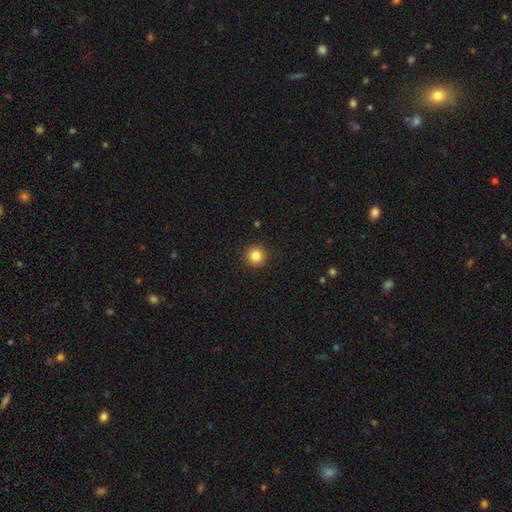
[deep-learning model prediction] The model was most divided on "smooth or featured": smooth: 84%, star or artifact: 11%, featured or disk: 5%. More confident: how rounded — round (95%); merging — none (93%).